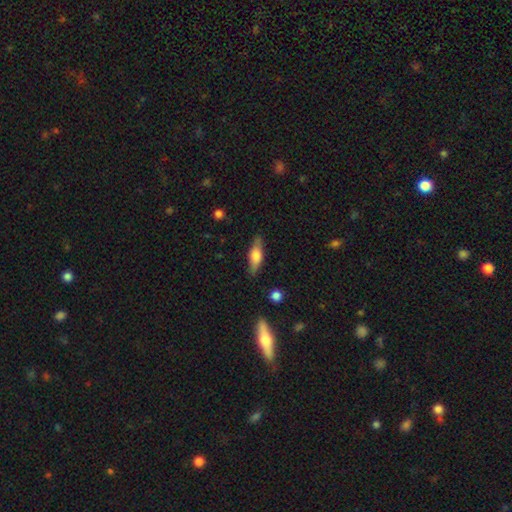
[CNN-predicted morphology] Overall: smooth (58%; featured or disk 36%). How rounded: in between (55%; cigar-shaped 42%). Merging: none (82%).